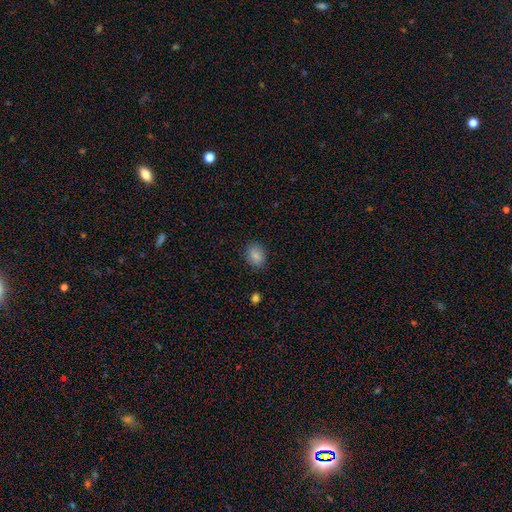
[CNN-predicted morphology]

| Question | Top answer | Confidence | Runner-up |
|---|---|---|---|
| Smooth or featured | smooth | 84% | star or artifact (8%) |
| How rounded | in between | 60% | round (39%) |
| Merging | none | 87% | minor disturbance (10%) |